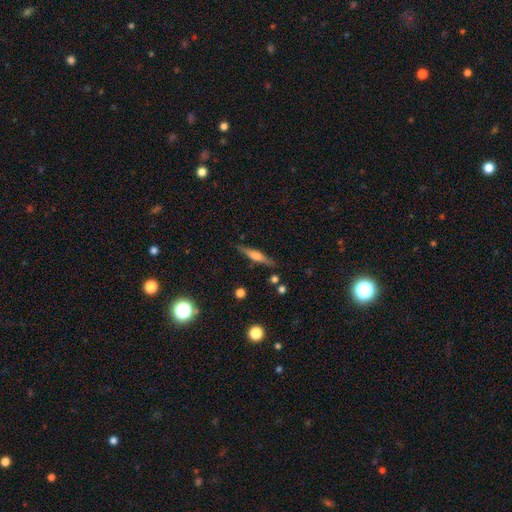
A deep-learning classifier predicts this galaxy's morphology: Smooth or featured? featured or disk (58%)
Edge-on disk? yes (96%)
Edge-on bulge? rounded (67%)
Merging? none (85%)